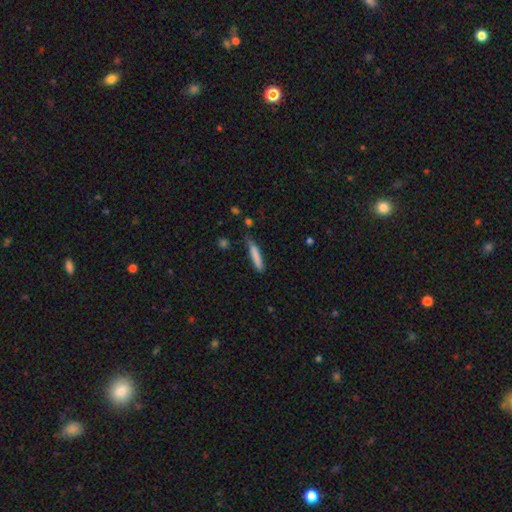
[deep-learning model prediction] smooth 81%, featured or disk 13%, star or artifact 6%. Down the decision tree: how rounded — cigar-shaped (90%); merging — none (70%).